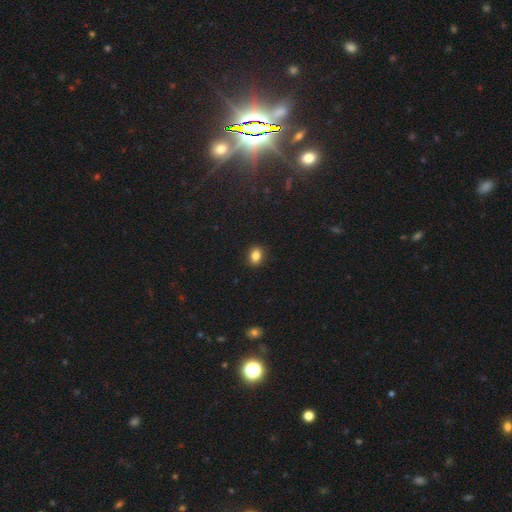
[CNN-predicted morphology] Smooth or featured? Predicted: smooth (p=0.84). How rounded? Predicted: in between (p=0.61). Merging? Predicted: none (p=0.89).